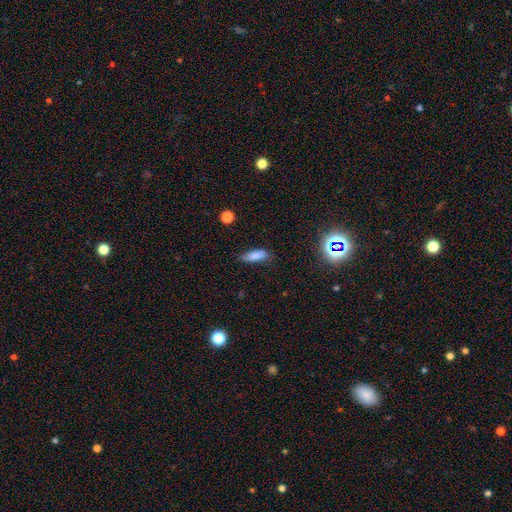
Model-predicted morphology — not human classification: smooth_or_featured: smooth (p=0.80) [alt: star or artifact p=0.11]
how_rounded: in between (p=0.57) [alt: cigar-shaped p=0.40]
merging: none (p=0.71) [alt: minor disturbance p=0.23]